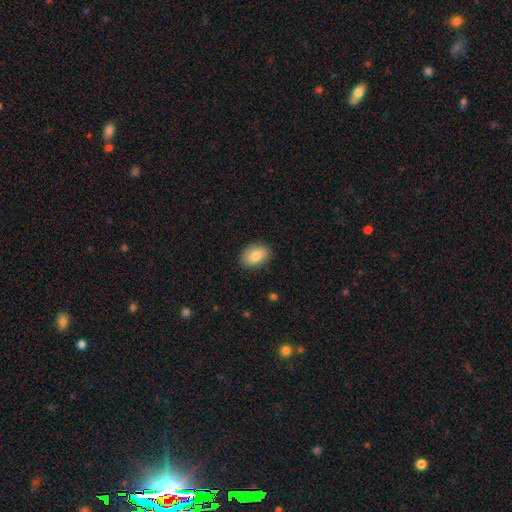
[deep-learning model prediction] Morphology: type=smooth (82%); roundness=in between (84%); merging=none (86%).